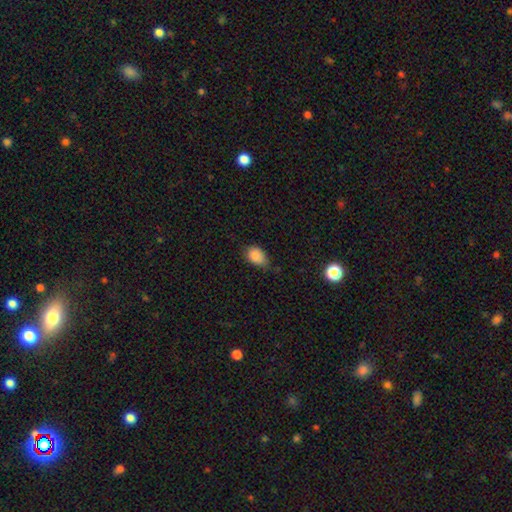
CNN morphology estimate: A smooth galaxy with no disk features (86%) that is in between round and cigar-shaped (80%). Merging: none (52%).